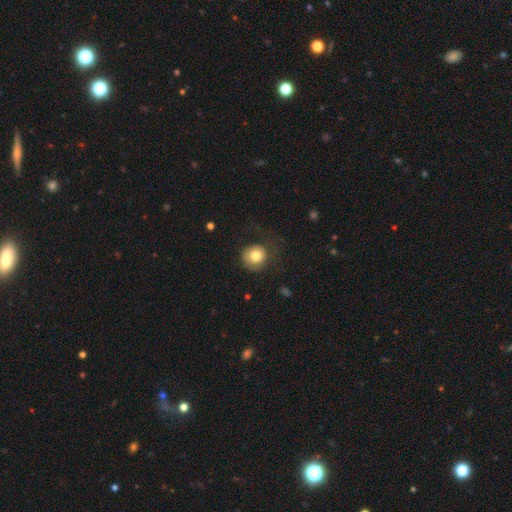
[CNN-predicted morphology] smooth 79%, featured or disk 12%, star or artifact 9%. Down the decision tree: how rounded — round (87%); merging — none (63%).